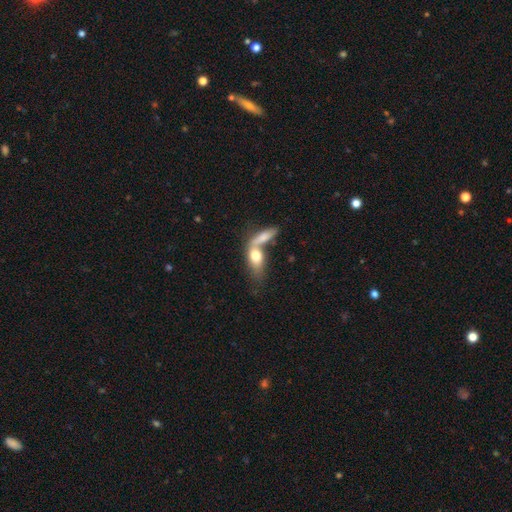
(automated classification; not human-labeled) Q: Smooth or featured?
A: smooth (71%); runner-up: featured or disk (22%)
Q: How rounded?
A: in between (73%); runner-up: cigar-shaped (18%)
Q: Merging?
A: merger (64%); runner-up: none (21%)